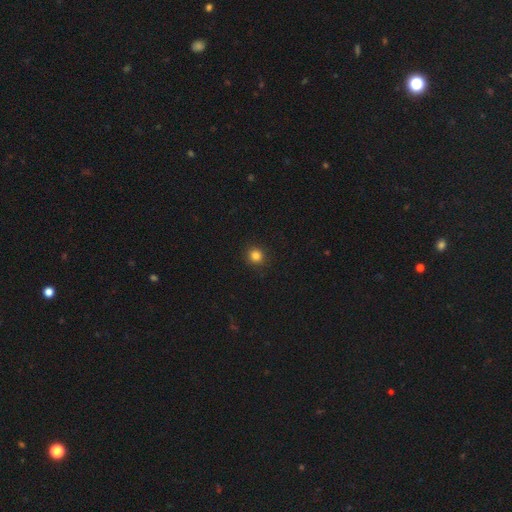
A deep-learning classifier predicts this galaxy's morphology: Smooth or featured? Predicted: smooth (p=0.84). How rounded? Predicted: round (p=0.91). Merging? Predicted: none (p=0.91).